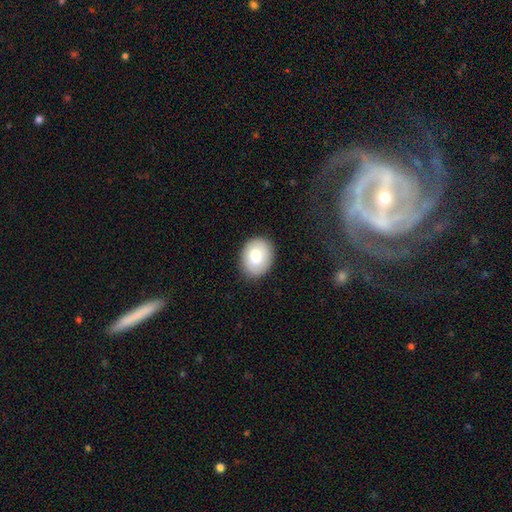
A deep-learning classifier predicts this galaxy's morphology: Smooth or featured: smooth — 79% (featured or disk — 14%)
How rounded: in between — 58% (round — 41%)
Merging: none — 87% (minor disturbance — 10%)